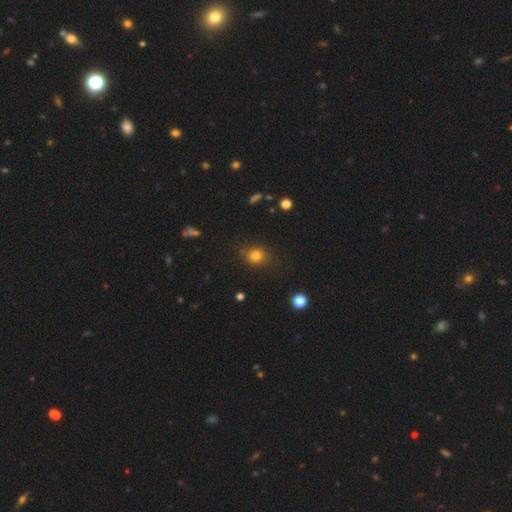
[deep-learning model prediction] smooth 80%, star or artifact 13%, featured or disk 7%. Down the decision tree: how rounded — round (69%); merging — none (80%).